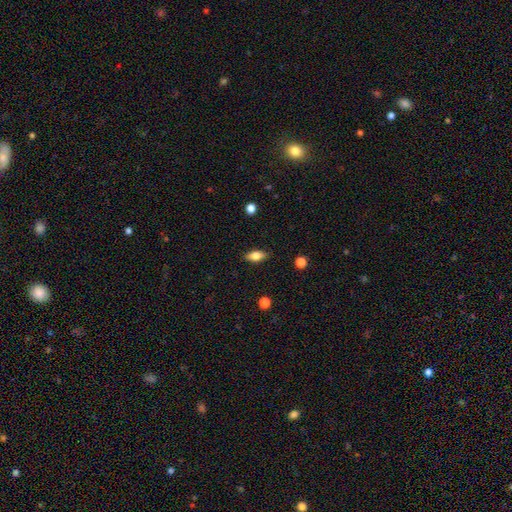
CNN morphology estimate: Smooth or featured? Predicted: smooth (p=0.69). How rounded? Predicted: in between (p=0.80). Merging? Predicted: none (p=0.87).